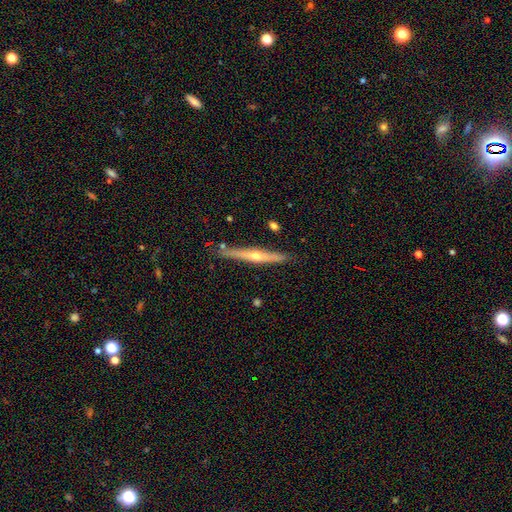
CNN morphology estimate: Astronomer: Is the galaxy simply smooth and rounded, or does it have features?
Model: featured or disk — 75%.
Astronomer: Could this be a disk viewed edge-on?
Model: yes — 97%.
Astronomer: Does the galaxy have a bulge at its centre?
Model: rounded — 88%.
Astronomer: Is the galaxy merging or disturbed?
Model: none — 87%.